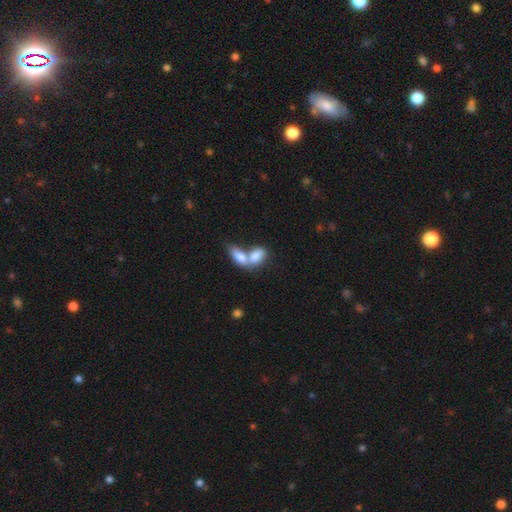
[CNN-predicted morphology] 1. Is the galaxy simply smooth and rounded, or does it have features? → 79% smooth, 14% featured or disk, 6% star or artifact.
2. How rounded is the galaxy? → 88% in between, 7% round, 5% cigar-shaped.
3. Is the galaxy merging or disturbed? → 74% merger, 16% none, 6% minor disturbance, 4% major disturbance.